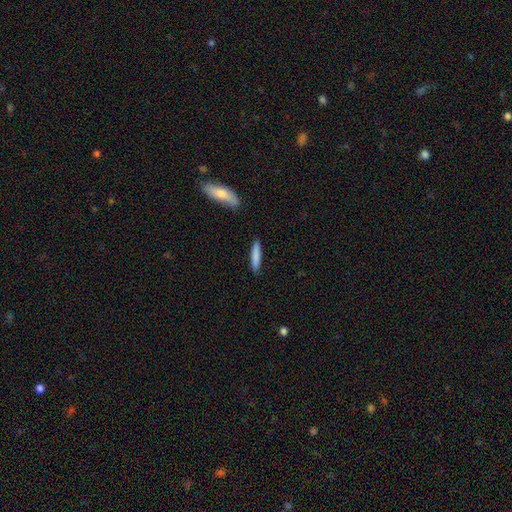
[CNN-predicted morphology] A smooth galaxy with no disk features (82%) that is cigar-shaped (88%).

Vote fractions:
- Smooth or featured? smooth: 82% / featured or disk: 12% / star or artifact: 5%
- How rounded? cigar-shaped: 88% / in between: 11% / round: 1%
- Merging? none: 88% / minor disturbance: 9% / merger: 2% / major disturbance: 2%